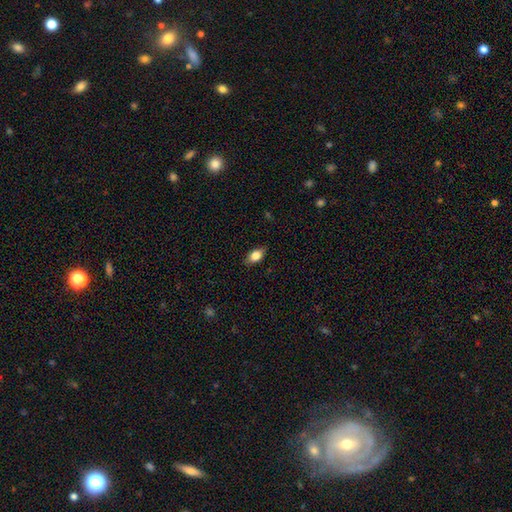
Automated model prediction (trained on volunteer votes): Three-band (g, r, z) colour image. It shows a smooth galaxy with no disk features (79%) that is in between round and cigar-shaped (85%). Merging: none (85%).